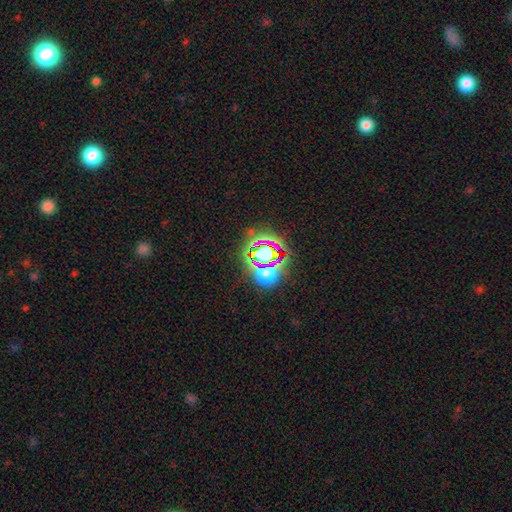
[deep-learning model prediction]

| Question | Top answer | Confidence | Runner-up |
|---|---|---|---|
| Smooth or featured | star or artifact | 76% | smooth (15%) |